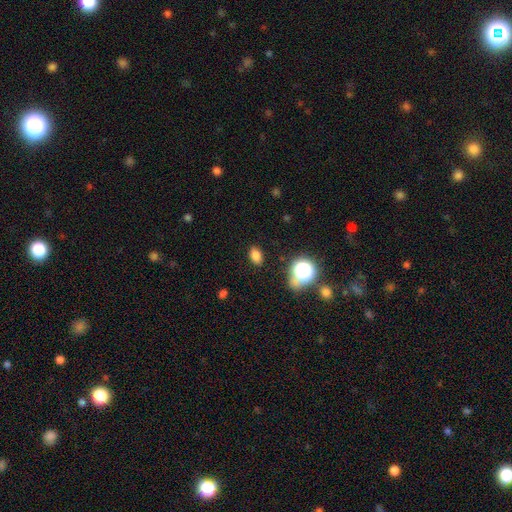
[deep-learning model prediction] Smooth or featured? smooth (79%)
How rounded? in between (80%)
Merging? none (86%)